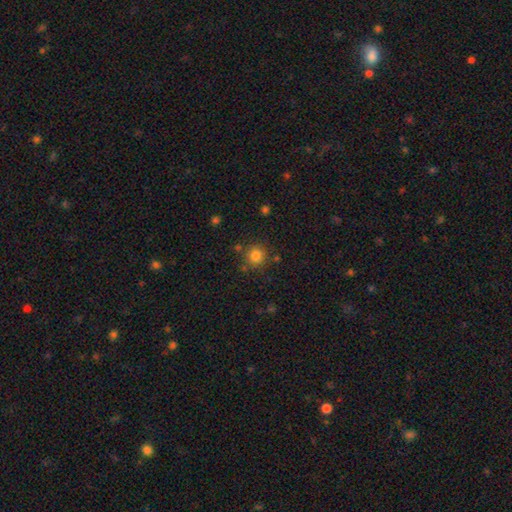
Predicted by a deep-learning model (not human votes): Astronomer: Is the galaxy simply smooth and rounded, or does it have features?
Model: smooth — 81%.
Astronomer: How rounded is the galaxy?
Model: round — 93%.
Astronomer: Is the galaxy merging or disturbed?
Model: none — 83%.